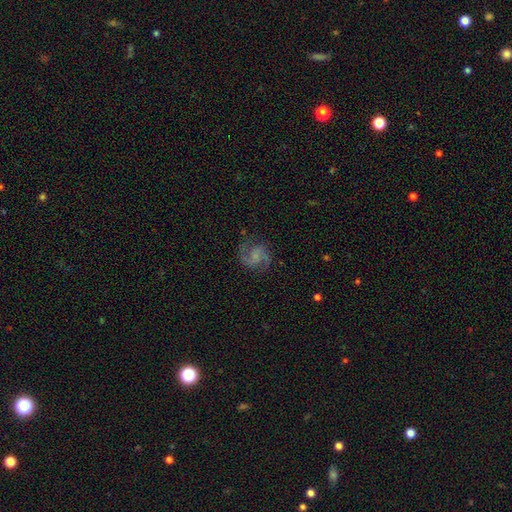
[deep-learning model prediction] This is clearly a featured or disk galaxy (80%). It is clearly not viewed edge-on (98%). Bar: possibly no (53%). Spiral arm pattern: clearly yes (96%). Spiral arm count: clearly 2 (88%). Spiral winding: possibly medium (55%). Central bulge: marginally none (43%). Merging: likely none (76%).